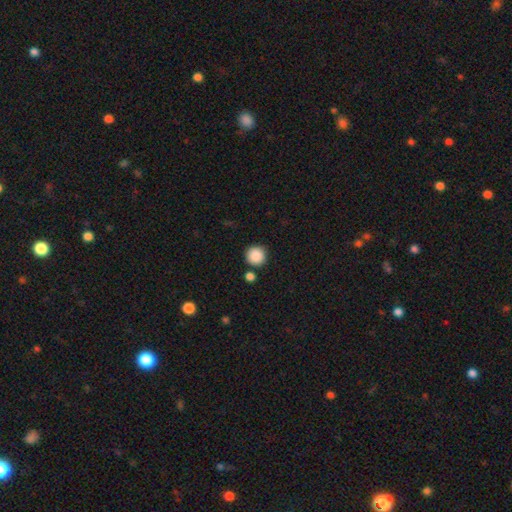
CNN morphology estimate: Overall: smooth (89%). How rounded: round (94%). Merging: none (83%).